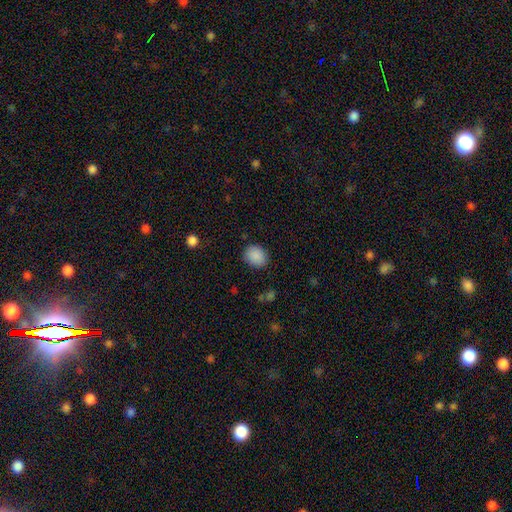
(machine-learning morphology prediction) This is clearly a smooth galaxy (89%). How rounded: possibly round (60%). Merging: clearly none (86%).